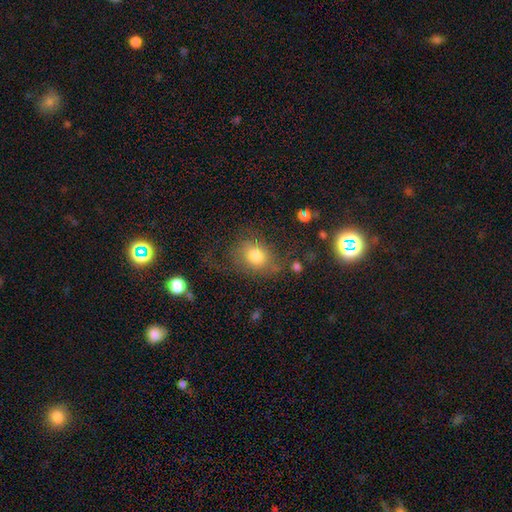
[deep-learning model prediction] Overall: smooth (67%). How rounded: in between (52%; round 47%). Merging: none (49%; major disturbance 26%).